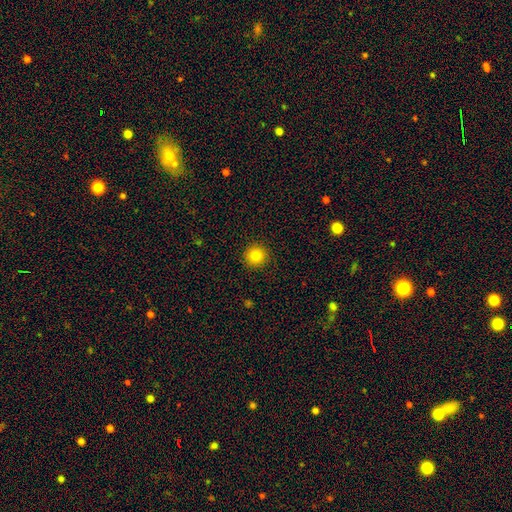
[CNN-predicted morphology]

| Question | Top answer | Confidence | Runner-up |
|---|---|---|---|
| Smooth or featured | smooth | 83% | star or artifact (11%) |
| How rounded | round | 95% | in between (4%) |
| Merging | none | 92% | minor disturbance (5%) |